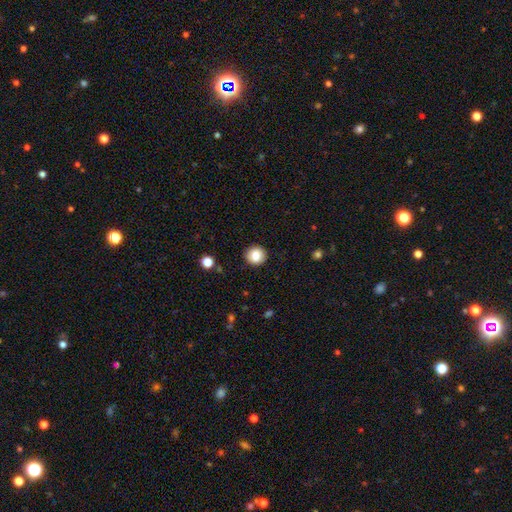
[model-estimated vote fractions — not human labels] A smooth galaxy with no disk features (83%) that is round (91%).

Vote fractions:
- Smooth or featured? smooth: 83% / star or artifact: 10% / featured or disk: 7%
- How rounded? round: 91% / in between: 8% / cigar-shaped: 1%
- Merging? none: 91% / minor disturbance: 6% / major disturbance: 2% / merger: 1%